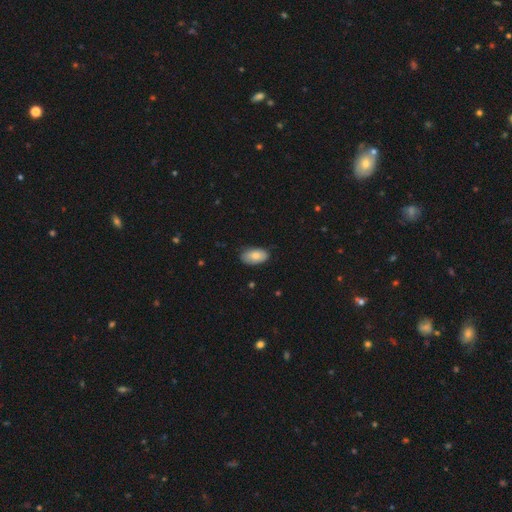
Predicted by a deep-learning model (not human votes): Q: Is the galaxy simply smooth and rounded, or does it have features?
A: smooth — 81%.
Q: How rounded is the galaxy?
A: in between — 95%.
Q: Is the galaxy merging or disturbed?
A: none — 81%.